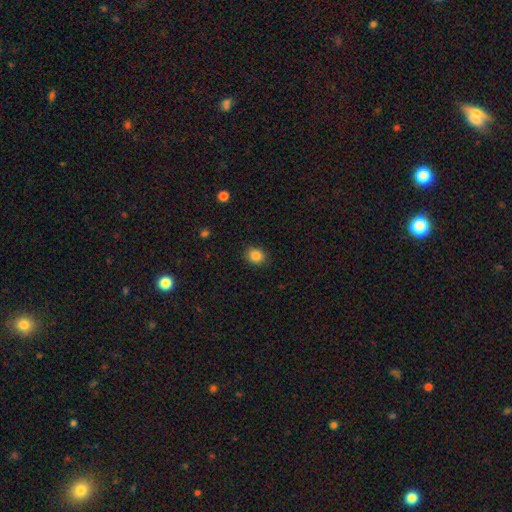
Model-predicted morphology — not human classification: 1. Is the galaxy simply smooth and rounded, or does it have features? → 86% smooth, 10% star or artifact, 4% featured or disk.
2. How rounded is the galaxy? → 65% round, 34% in between, 1% cigar-shaped.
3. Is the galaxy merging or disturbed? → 87% none, 9% minor disturbance, 2% major disturbance, 1% merger.